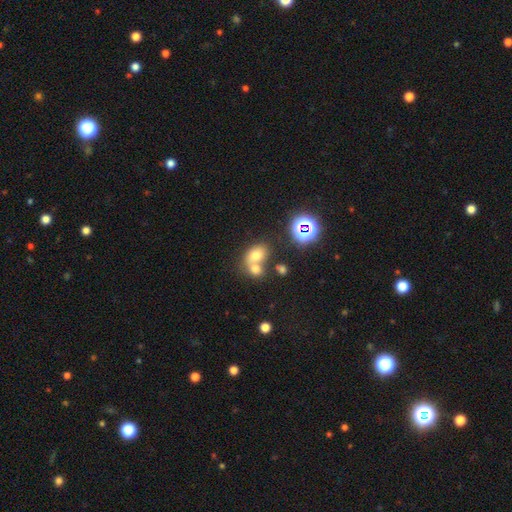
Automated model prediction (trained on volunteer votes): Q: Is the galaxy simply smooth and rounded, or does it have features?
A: smooth — 68%.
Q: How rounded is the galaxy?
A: in between — 54%.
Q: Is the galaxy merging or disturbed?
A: merger — 55%.